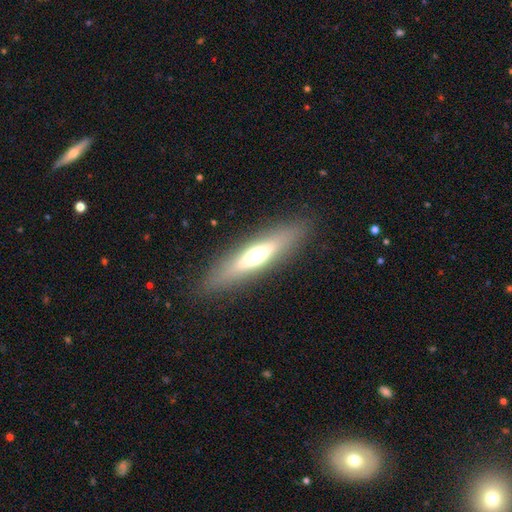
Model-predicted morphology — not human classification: The model was most divided on "smooth or featured": featured or disk: 48%, smooth: 45%, star or artifact: 7%. More confident: merging — none (88%).